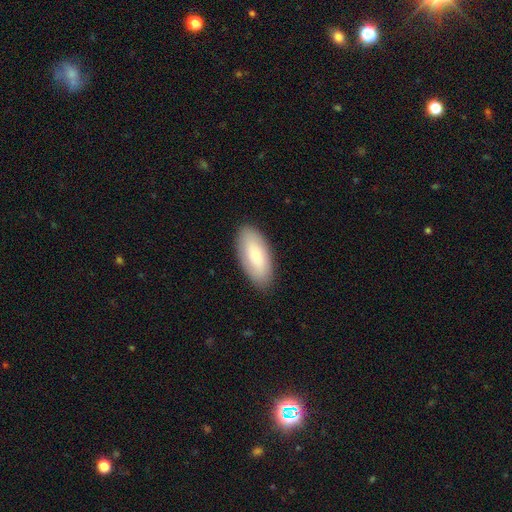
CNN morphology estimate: Overall: smooth (71%). How rounded: in between (89%). Merging: none (87%).